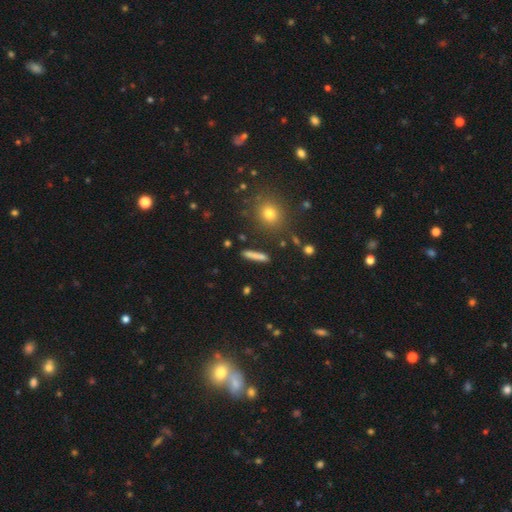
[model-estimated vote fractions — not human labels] The model was most divided on "smooth or featured": smooth: 74%, featured or disk: 15%, star or artifact: 11%. More confident: how rounded — cigar-shaped (86%); merging — none (83%).